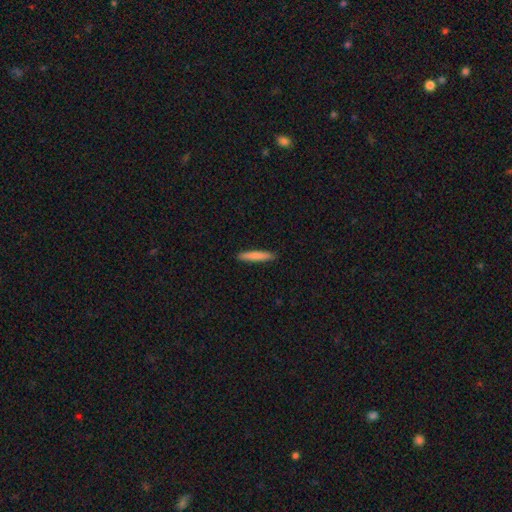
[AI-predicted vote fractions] Smooth or featured? Predicted: smooth (p=0.81). How rounded? Predicted: cigar-shaped (p=0.94). Merging? Predicted: none (p=0.91).